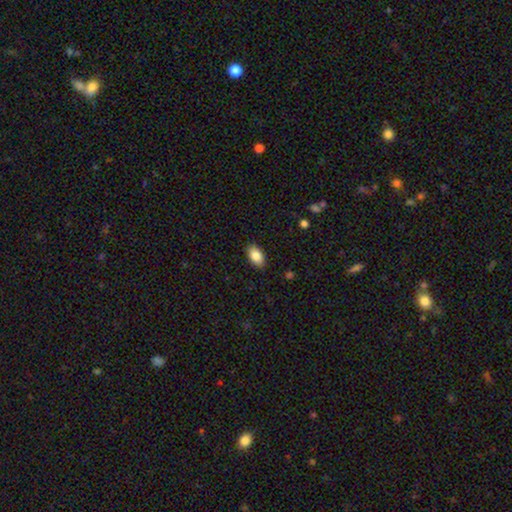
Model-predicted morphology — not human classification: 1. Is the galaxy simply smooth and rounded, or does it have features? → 86% smooth, 7% featured or disk, 7% star or artifact.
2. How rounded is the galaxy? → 93% in between, 4% round, 2% cigar-shaped.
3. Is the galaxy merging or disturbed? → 89% none, 9% minor disturbance, 2% major disturbance, 1% merger.